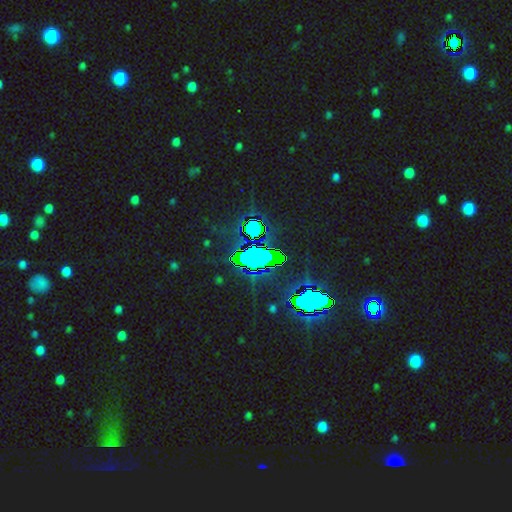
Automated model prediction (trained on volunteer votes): smooth-or-featured: star or artifact: 80% | smooth: 12% | featured or disk: 9%